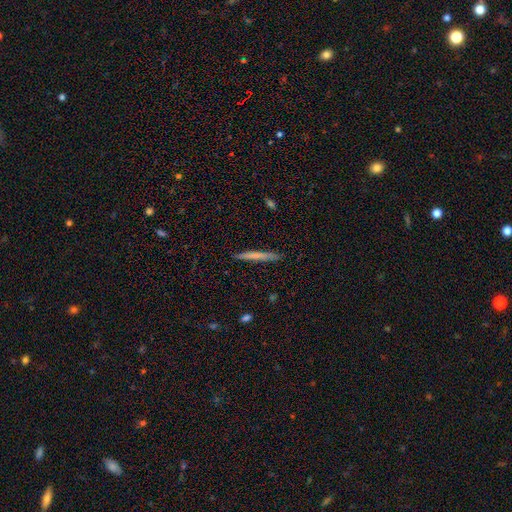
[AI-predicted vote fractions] smooth_or_featured: smooth (p=0.63) [alt: featured or disk p=0.31]
how_rounded: cigar-shaped (p=0.97) [alt: in between p=0.02]
merging: none (p=0.91) [alt: minor disturbance p=0.07]